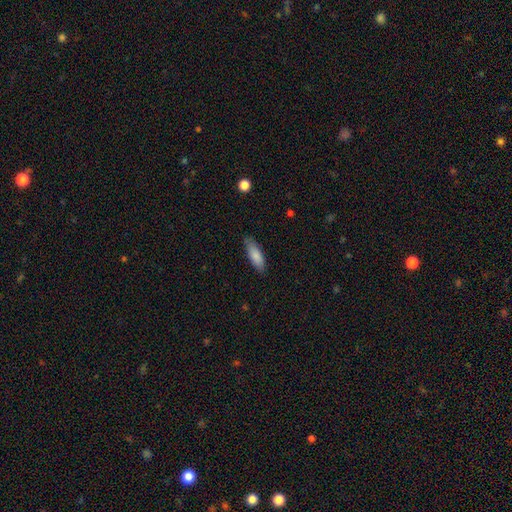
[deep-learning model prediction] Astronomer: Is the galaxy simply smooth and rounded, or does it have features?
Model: smooth — 84%.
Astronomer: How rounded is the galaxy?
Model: in between — 62%.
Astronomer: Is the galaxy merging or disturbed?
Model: none — 81%.